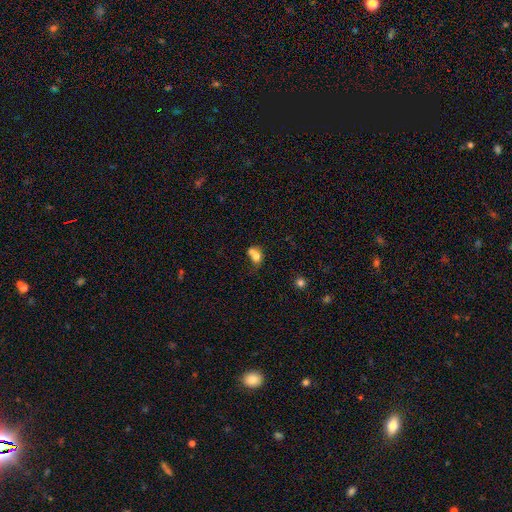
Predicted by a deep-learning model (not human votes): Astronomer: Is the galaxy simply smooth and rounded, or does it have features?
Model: smooth — 71%.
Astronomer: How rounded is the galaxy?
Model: round — 56% (runner-up: in between, 43%).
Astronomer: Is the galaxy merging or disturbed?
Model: merger — 61%.